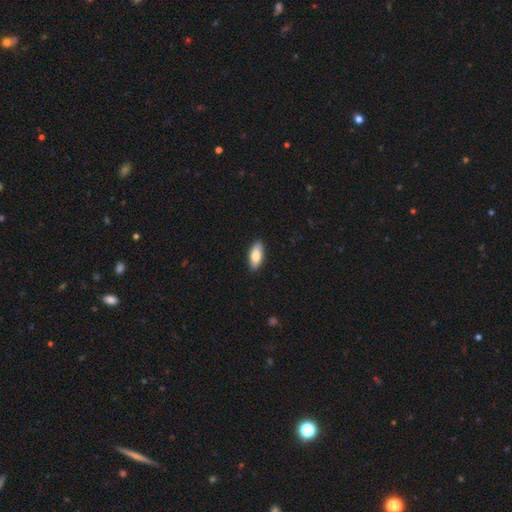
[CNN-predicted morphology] A smooth galaxy with no disk features (79%) that is in between round and cigar-shaped (84%). Merging: none (88%).